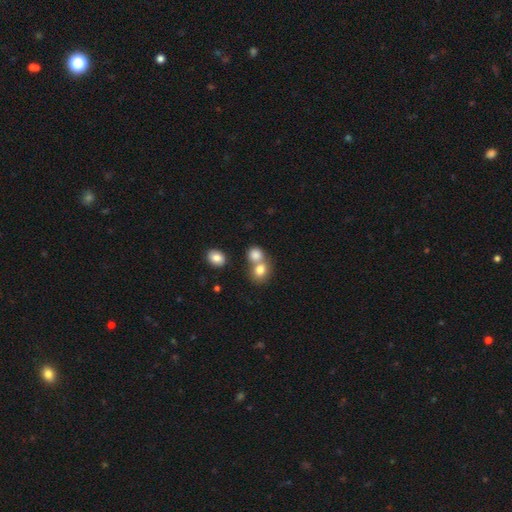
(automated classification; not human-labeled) Morphology: type=smooth (81%); roundness=round (73%); merging=merger (51%).